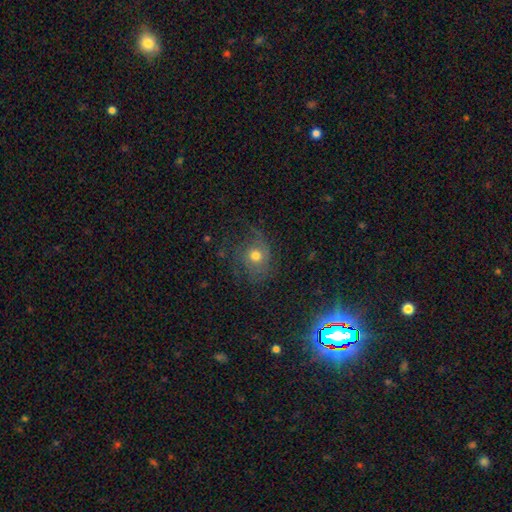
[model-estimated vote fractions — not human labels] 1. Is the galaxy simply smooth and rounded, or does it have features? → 48% featured or disk, 39% smooth, 13% star or artifact.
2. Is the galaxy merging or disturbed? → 60% none, 20% minor disturbance, 18% major disturbance, 2% merger.